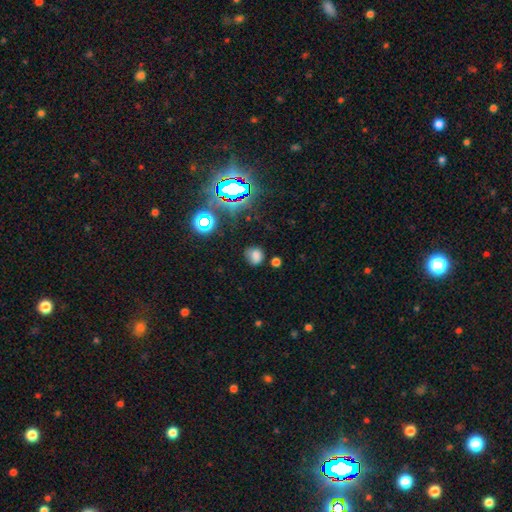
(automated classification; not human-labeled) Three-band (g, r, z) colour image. It shows a smooth galaxy with no disk features (69%) that is round (69%). Merging: none (70%).